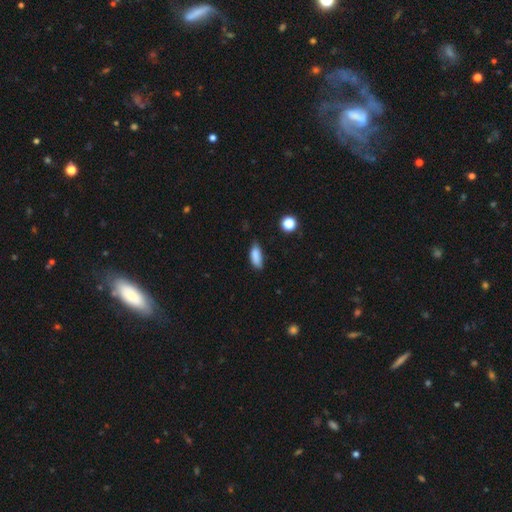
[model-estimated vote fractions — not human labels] Smooth or featured? smooth (84%)
How rounded? in between (78%)
Merging? none (61%)